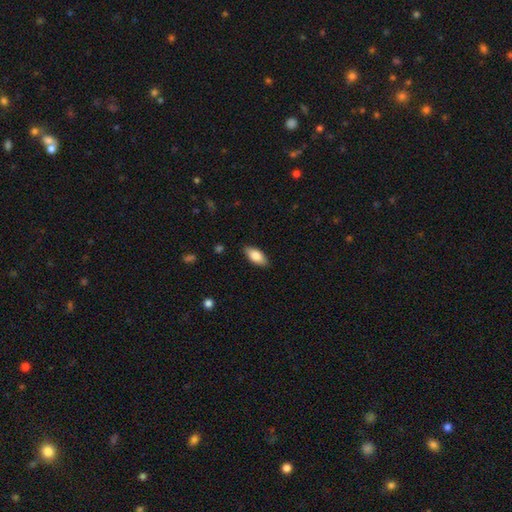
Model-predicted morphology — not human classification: type=smooth (81%); roundness=in between (88%); merging=none (87%).